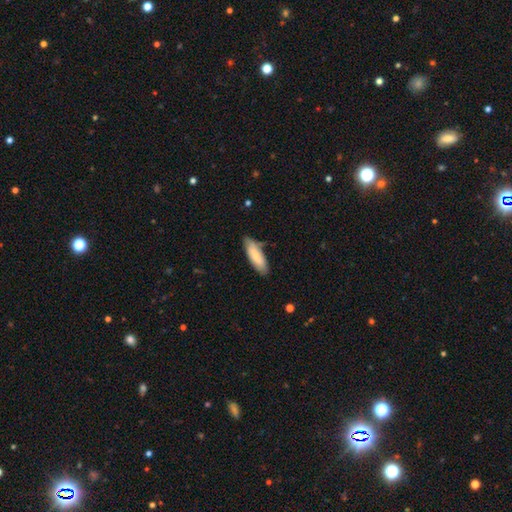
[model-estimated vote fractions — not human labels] The model was most divided on "how rounded": in between: 56%, cigar-shaped: 42%, round: 1%. More confident: smooth or featured — smooth (75%); merging — none (71%).